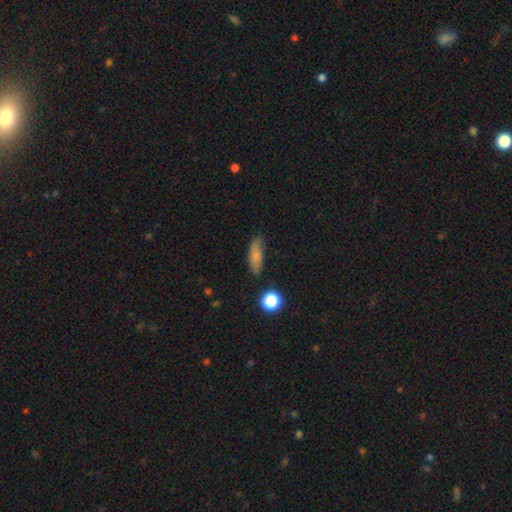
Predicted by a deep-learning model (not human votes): This appears to be a smooth galaxy with no disk features (78%) that is in between round and cigar-shaped (56%). Merging: none (74%).